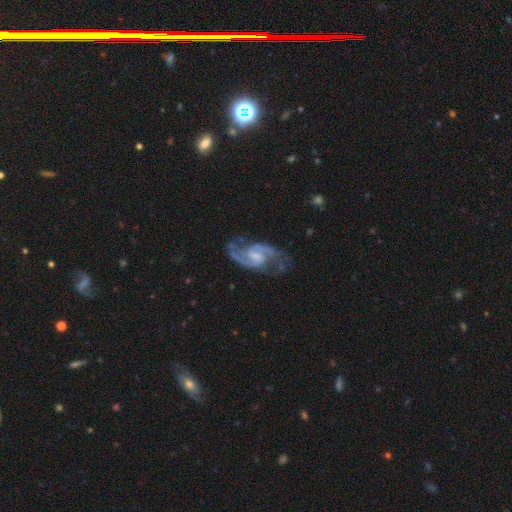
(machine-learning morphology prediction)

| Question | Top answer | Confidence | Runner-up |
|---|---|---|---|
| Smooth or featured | featured or disk | 92% | star or artifact (4%) |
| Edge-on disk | no | 98% | yes (2%) |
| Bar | weak | 61% | no (24%) |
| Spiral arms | yes | 98% | no (2%) |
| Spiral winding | medium | 60% | loose (24%) |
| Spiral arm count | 2 | 91% | can't tell (3%) |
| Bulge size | small | 45% | moderate (31%) |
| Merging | none | 71% | minor disturbance (18%) |